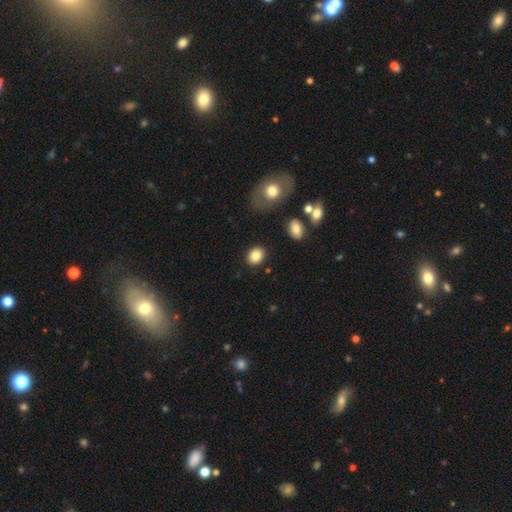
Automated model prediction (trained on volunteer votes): A smooth galaxy with no disk features (84%) that is round (62%).

Vote fractions:
- Smooth or featured? smooth: 84% / star or artifact: 9% / featured or disk: 6%
- How rounded? round: 62% / in between: 37% / cigar-shaped: 1%
- Merging? none: 88% / minor disturbance: 8% / major disturbance: 3% / merger: 2%